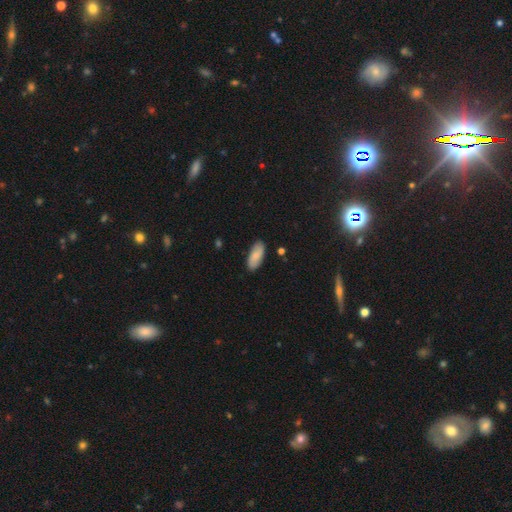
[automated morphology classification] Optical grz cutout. It shows a smooth galaxy with no disk features (81%) that is in between round and cigar-shaped (85%). Merging: none (86%).